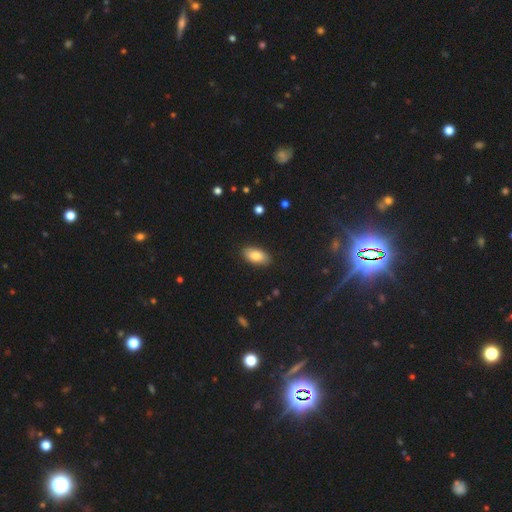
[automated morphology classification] Q: Smooth or featured?
A: smooth (84%); runner-up: featured or disk (9%)
Q: How rounded?
A: in between (93%); runner-up: round (4%)
Q: Merging?
A: none (88%); runner-up: minor disturbance (9%)